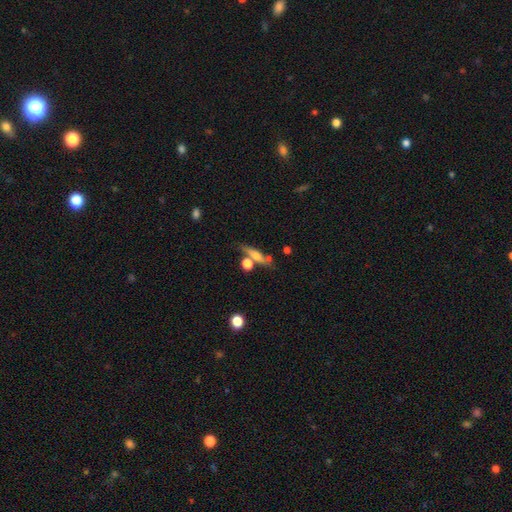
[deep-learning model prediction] This is possibly a featured or disk galaxy (46%). Merging: likely none (62%).